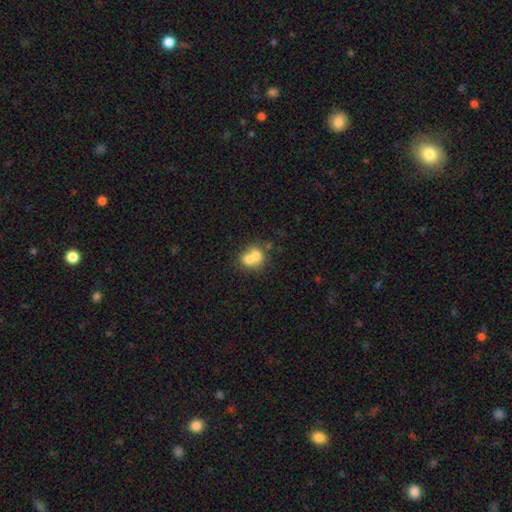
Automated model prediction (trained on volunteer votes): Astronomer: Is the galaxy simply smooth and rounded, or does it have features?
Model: smooth — 67%.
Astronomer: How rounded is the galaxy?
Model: round — 69%.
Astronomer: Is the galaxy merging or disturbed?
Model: merger — 68%.